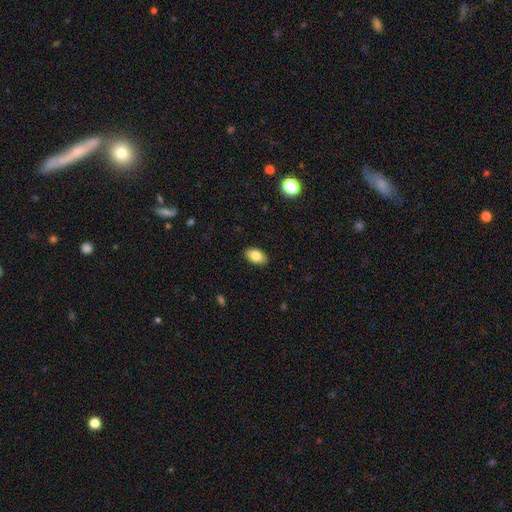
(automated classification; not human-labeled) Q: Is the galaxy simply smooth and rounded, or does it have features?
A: smooth — 82%.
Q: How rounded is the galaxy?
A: in between — 91%.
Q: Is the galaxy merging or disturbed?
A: none — 89%.